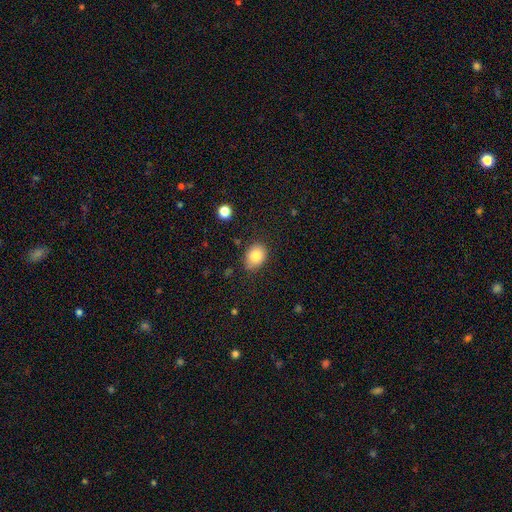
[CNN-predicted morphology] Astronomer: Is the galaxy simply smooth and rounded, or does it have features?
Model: smooth — 83%.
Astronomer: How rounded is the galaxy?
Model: in between — 61% (runner-up: round, 38%).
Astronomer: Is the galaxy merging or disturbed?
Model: none — 79%.